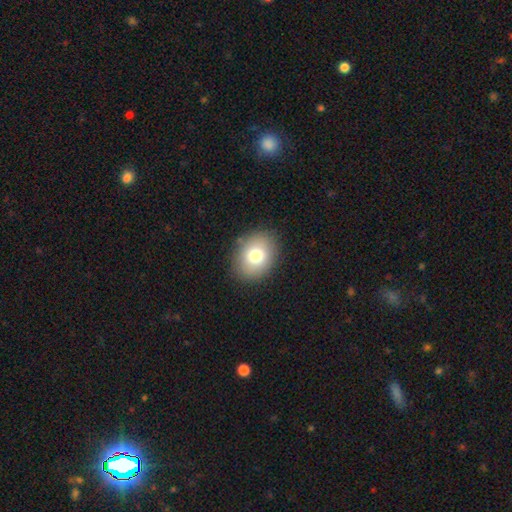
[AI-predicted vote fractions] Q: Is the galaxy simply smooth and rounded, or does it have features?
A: smooth — 77%.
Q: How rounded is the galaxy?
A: in between — 54%.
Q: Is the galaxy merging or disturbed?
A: none — 87%.